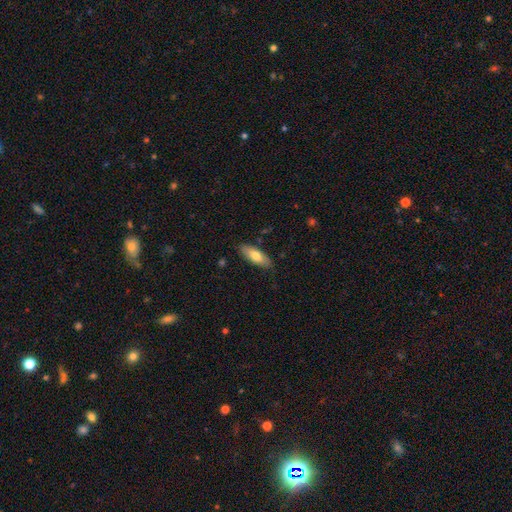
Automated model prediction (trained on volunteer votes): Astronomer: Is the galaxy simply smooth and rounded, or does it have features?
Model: smooth — 73%.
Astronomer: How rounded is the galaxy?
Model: in between — 71%.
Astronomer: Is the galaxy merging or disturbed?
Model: none — 85%.